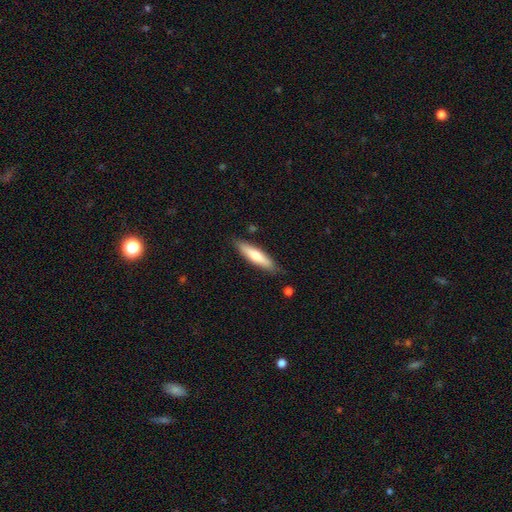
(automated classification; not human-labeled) smooth-or-featured: smooth: 65% | featured or disk: 29% | star or artifact: 5%
  how-rounded: cigar-shaped: 75% | in between: 24% | round: 1%
  merging: none: 85% | minor disturbance: 11% | major disturbance: 2% | merger: 2%